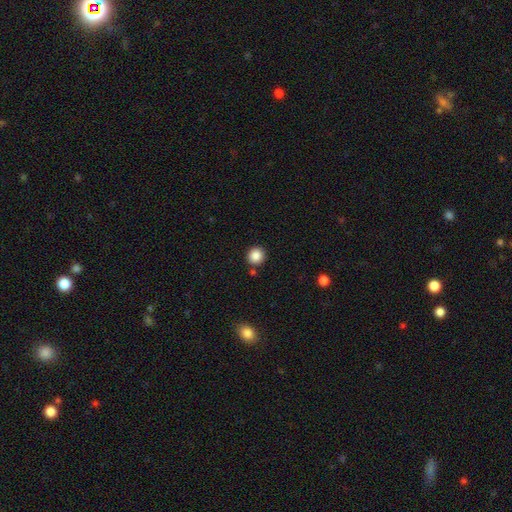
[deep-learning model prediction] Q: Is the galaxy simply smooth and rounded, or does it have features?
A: smooth — 87%.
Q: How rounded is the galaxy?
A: round — 92%.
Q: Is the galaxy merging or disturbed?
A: none — 86%.